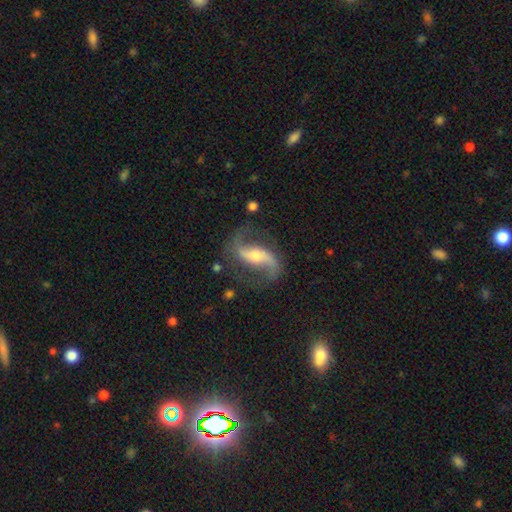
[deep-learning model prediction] Smooth or featured? Predicted: featured or disk (p=0.88). Edge-on disk? Predicted: no (p=0.94). Bar? Predicted: strong (p=0.40). Spiral arms? Predicted: yes (p=0.96). Spiral winding? Predicted: loose (p=0.69). Spiral arm count? Predicted: 2 (p=0.92). Bulge size? Predicted: moderate (p=0.59). Merging? Predicted: none (p=0.75).